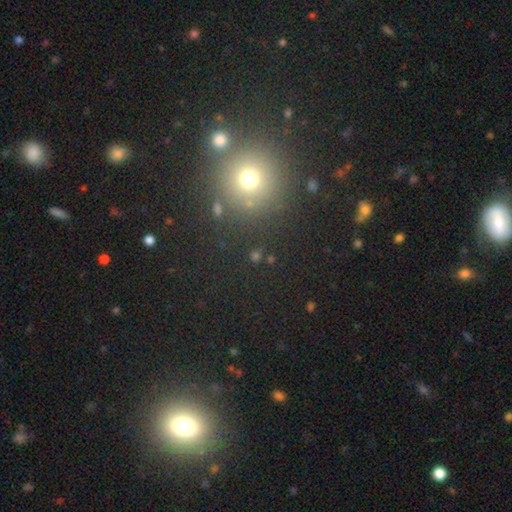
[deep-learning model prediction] Smooth or featured: smooth — 53% (star or artifact — 38%)
How rounded: round — 87% (in between — 11%)
Merging: none — 84% (minor disturbance — 8%)